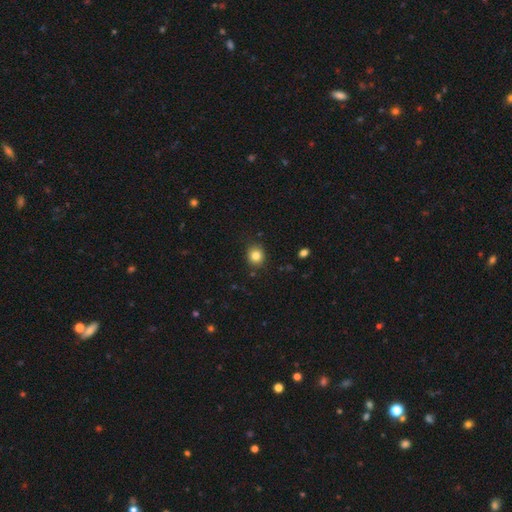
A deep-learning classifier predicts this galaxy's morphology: smooth-or-featured: smooth: 83% | star or artifact: 11% | featured or disk: 6%
  how-rounded: round: 83% | in between: 16% | cigar-shaped: 1%
  merging: none: 86% | minor disturbance: 9% | major disturbance: 2% | merger: 2%